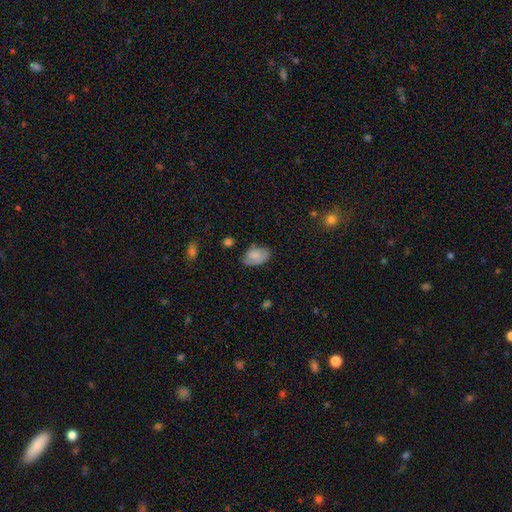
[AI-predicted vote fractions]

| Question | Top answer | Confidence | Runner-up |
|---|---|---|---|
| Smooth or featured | smooth | 81% | featured or disk (12%) |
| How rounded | in between | 92% | round (7%) |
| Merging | none | 71% | minor disturbance (23%) |